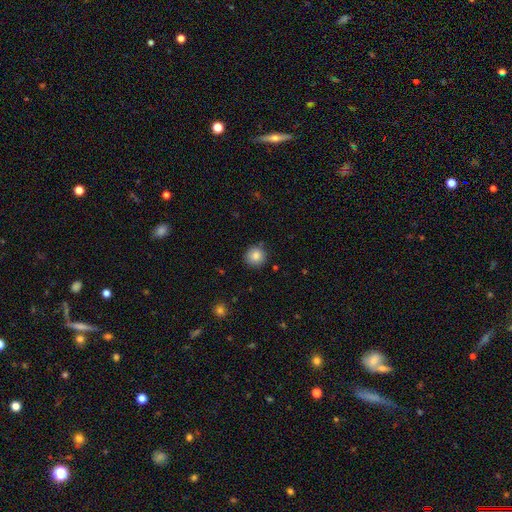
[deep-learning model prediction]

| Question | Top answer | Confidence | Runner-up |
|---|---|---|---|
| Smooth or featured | smooth | 85% | star or artifact (10%) |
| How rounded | round | 93% | in between (6%) |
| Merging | none | 85% | minor disturbance (10%) |